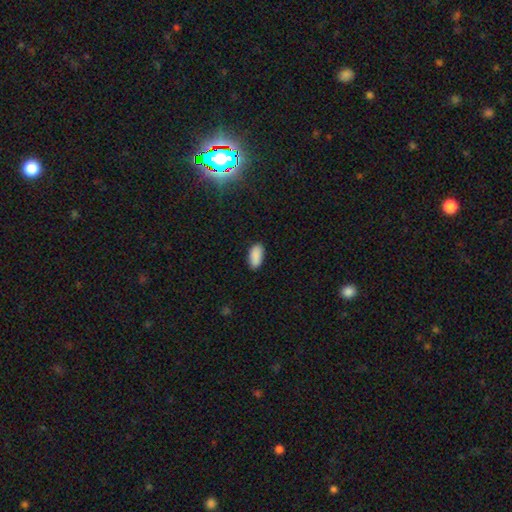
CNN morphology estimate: type=smooth (90%); roundness=in between (92%); merging=none (87%).